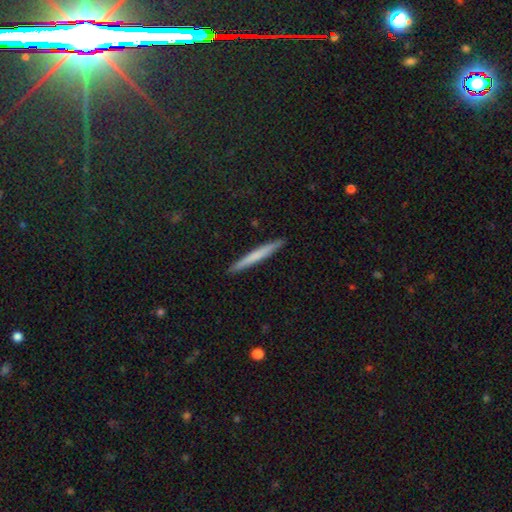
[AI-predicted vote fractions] smooth 62%, featured or disk 31%, star or artifact 6%. Down the decision tree: how rounded — cigar-shaped (97%); merging — none (92%).